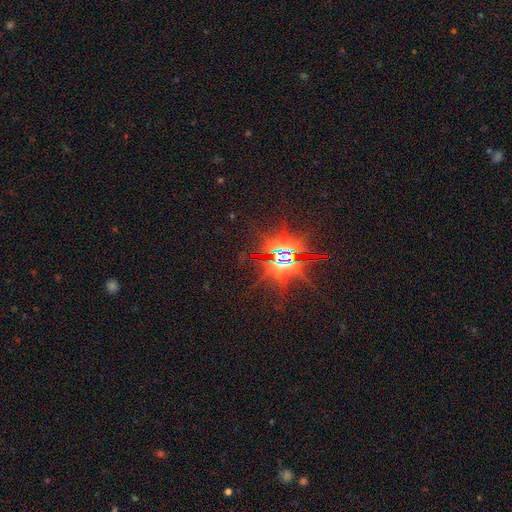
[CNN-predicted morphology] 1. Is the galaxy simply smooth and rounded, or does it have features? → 86% star or artifact, 8% featured or disk, 6% smooth.